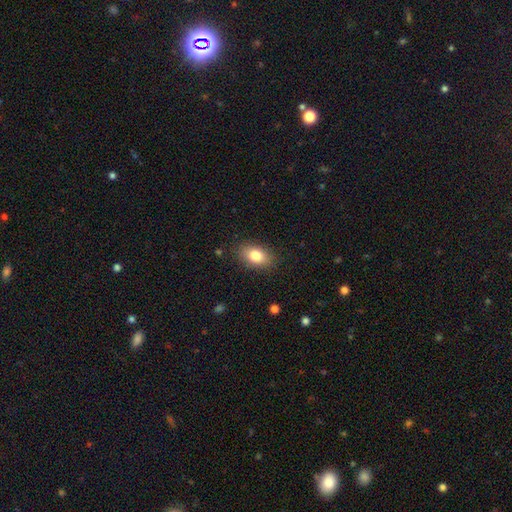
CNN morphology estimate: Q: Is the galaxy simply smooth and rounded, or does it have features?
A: smooth — 81%.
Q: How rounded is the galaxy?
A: in between — 87%.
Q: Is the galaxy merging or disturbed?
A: none — 86%.